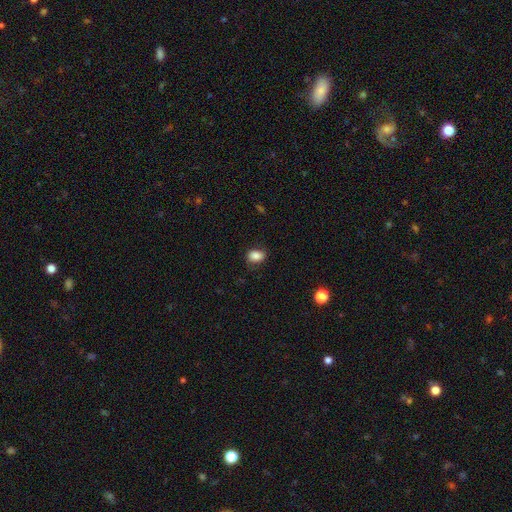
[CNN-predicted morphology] This appears to be a smooth galaxy with no disk features (85%) that is in between round and cigar-shaped (77%). Merging: none (79%).